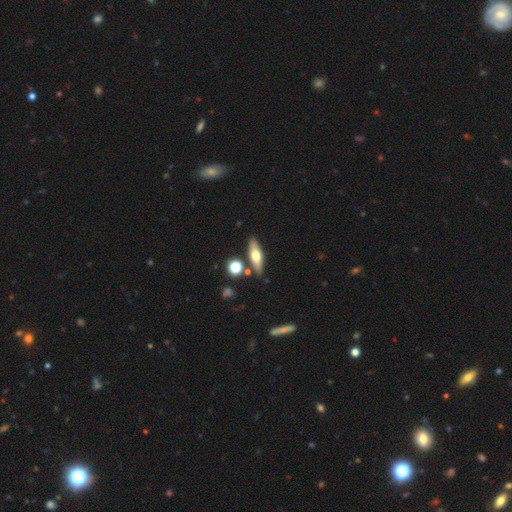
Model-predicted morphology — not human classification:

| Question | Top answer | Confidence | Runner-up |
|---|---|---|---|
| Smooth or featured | smooth | 48% | featured or disk (45%) |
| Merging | none | 82% | minor disturbance (9%) |